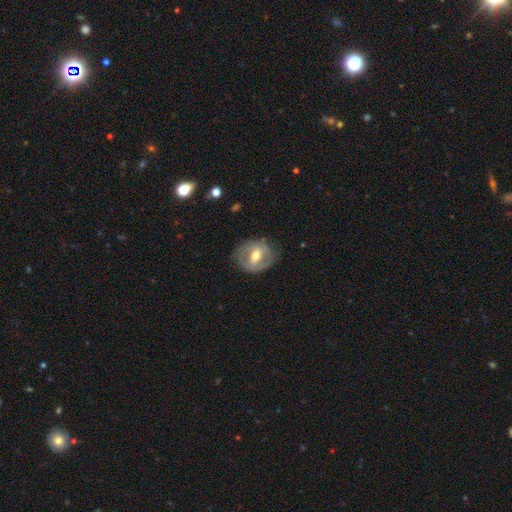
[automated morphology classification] Smooth or featured: featured or disk — 58% (smooth — 36%)
Edge-on disk: no — 95% (yes — 5%)
Bar: weak — 43% (no — 30%)
Spiral arms: no — 58% (yes — 42%)
Bulge size: moderate — 77% (small — 13%)
Merging: none — 75% (minor disturbance — 17%)